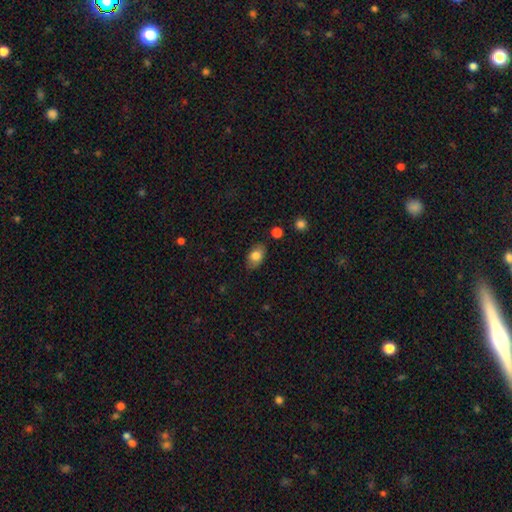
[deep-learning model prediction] smooth_or_featured: smooth (p=0.79) [alt: featured or disk p=0.13]
how_rounded: in between (p=0.87) [alt: round p=0.11]
merging: none (p=0.83) [alt: minor disturbance p=0.13]